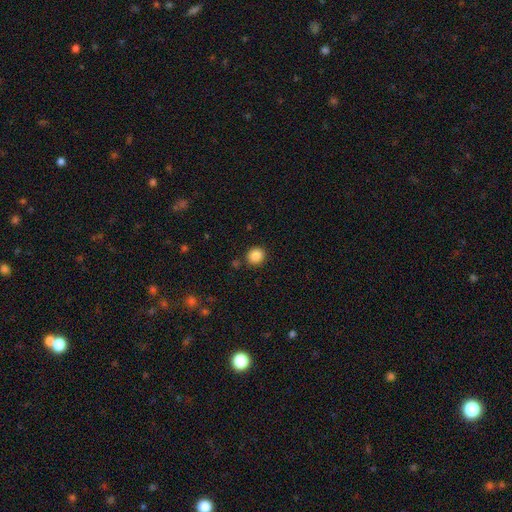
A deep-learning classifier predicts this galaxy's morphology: The model was most divided on "how rounded": round: 88%, in between: 11%, cigar-shaped: 1%. More confident: smooth or featured — smooth (87%); merging — none (87%).